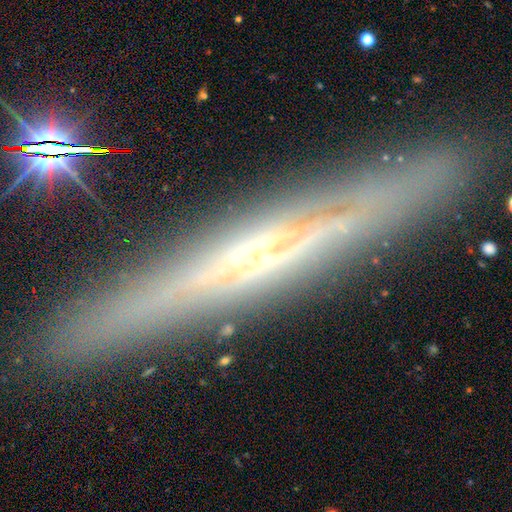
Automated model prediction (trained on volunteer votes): Smooth or featured?
  - featured or disk: 77% *
  - smooth: 13%
  - star or artifact: 9%
Edge-on disk?
  - yes: 95% *
  - no: 5%
Edge-on bulge?
  - rounded: 52% *
  - none: 37%
  - boxy: 11%
Merging?
  - none: 89% *
  - minor disturbance: 7%
  - major disturbance: 2%
  - merger: 1%